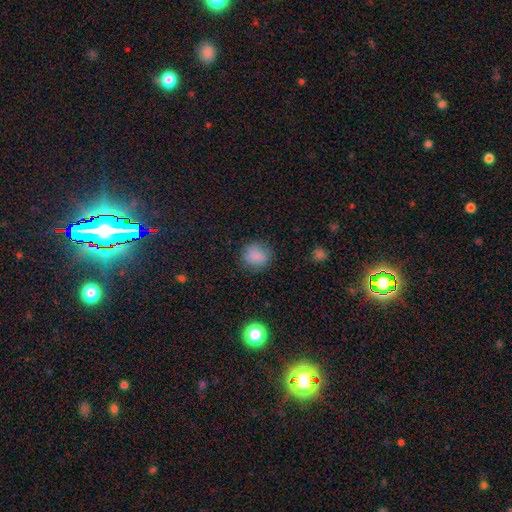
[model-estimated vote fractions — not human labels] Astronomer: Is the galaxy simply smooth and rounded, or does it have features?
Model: smooth — 82%.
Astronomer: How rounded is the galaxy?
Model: round — 76%.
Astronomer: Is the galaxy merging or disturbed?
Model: none — 80%.